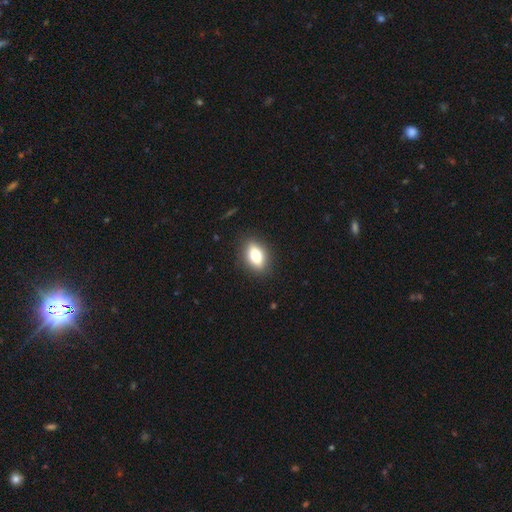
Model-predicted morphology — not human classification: Overall: smooth (74%). How rounded: in between (80%). Merging: none (87%).